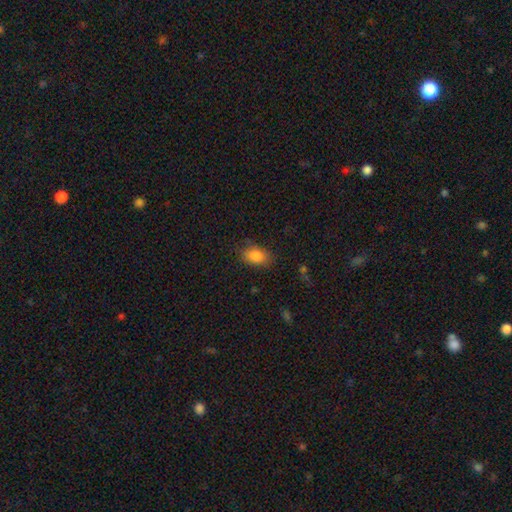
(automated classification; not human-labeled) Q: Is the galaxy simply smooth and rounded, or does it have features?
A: smooth — 84%.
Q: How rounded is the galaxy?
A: in between — 86%.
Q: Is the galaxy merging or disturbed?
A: none — 80%.